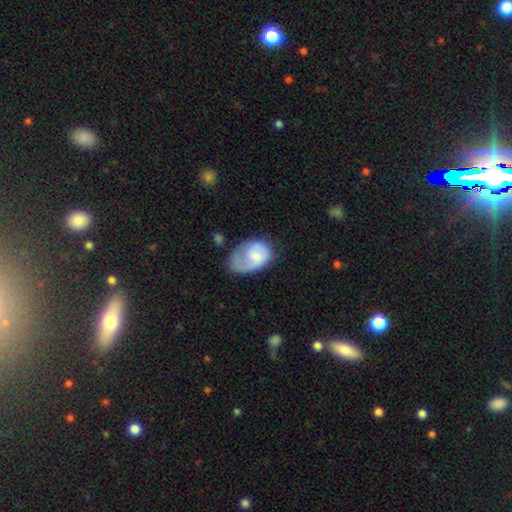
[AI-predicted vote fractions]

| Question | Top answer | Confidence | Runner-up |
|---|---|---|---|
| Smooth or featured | featured or disk | 48% | smooth (46%) |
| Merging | none | 34% | major disturbance (31%) |